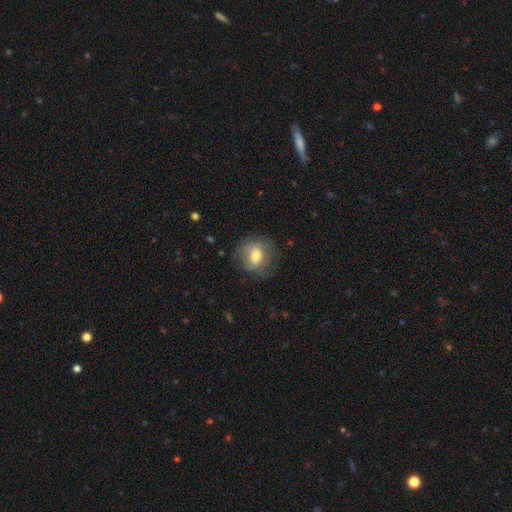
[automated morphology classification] smooth 64%, featured or disk 27%, star or artifact 9%. Down the decision tree: how rounded — round (68%); merging — none (67%).